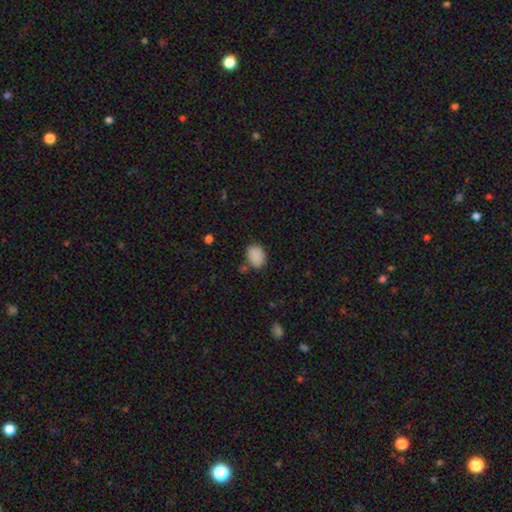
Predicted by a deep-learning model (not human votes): Smooth or featured? smooth (88%)
How rounded? in between (66%)
Merging? none (73%)